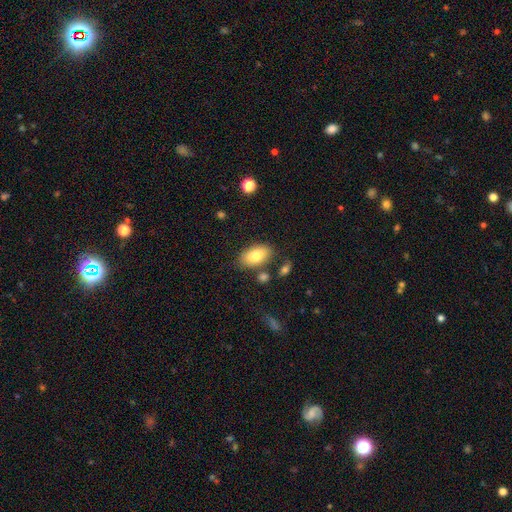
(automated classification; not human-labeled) This is likely a smooth galaxy (77%). How rounded: clearly in between (92%). Merging: likely none (76%).